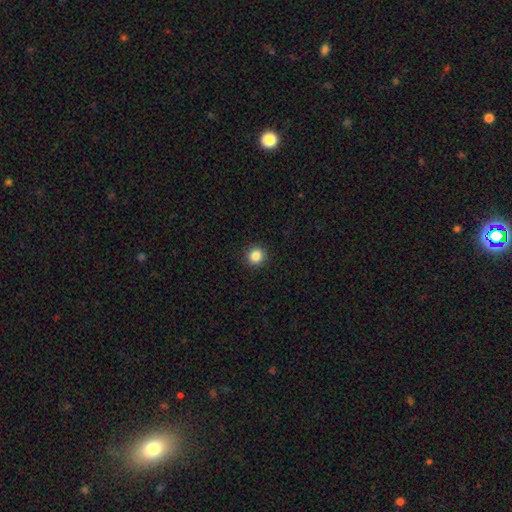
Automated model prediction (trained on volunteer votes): This is clearly a smooth galaxy (86%). How rounded: clearly round (91%). Merging: clearly none (92%).